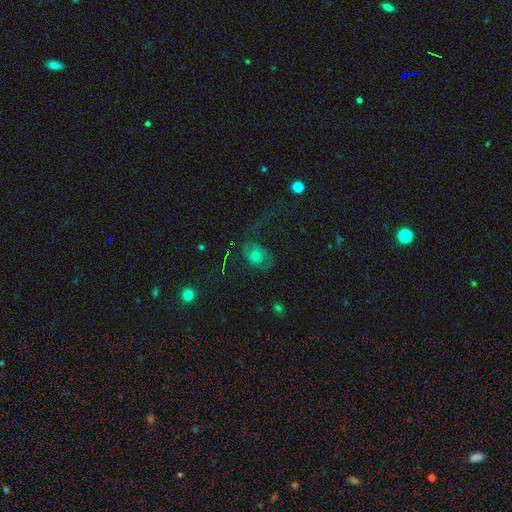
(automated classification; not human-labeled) smooth_or_featured: smooth (p=0.57) [alt: featured or disk p=0.26]
how_rounded: in between (p=0.60) [alt: round p=0.38]
merging: none (p=0.43) [alt: major disturbance p=0.32]